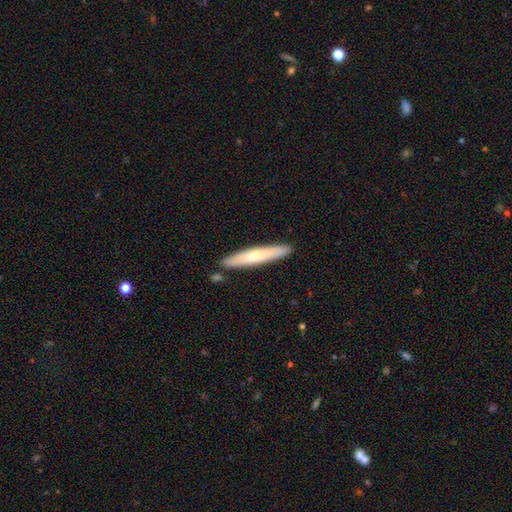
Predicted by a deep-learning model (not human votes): This is possibly a smooth galaxy (57%). How rounded: clearly cigar-shaped (92%). Merging: clearly none (86%).